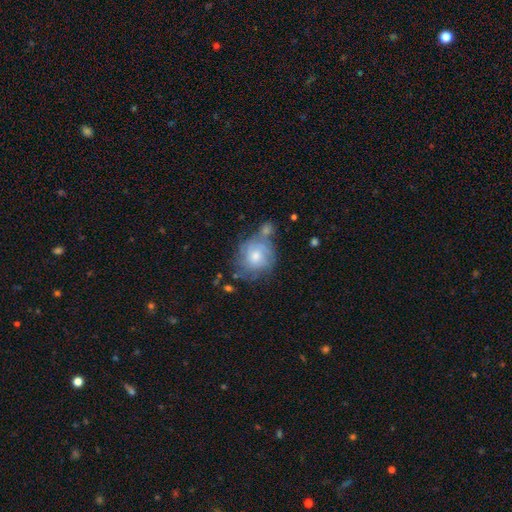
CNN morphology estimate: This appears to be a featured or disk galaxy (56%) with no bar (73%), spiral arms (80%) and a moderate central bulge (56%). Merging: none (46%).